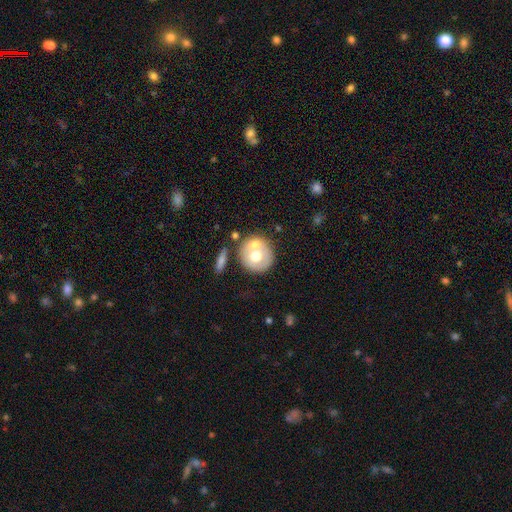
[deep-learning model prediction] smooth 57%, featured or disk 36%, star or artifact 7%. Down the decision tree: how rounded — round (90%); merging — none (55%).